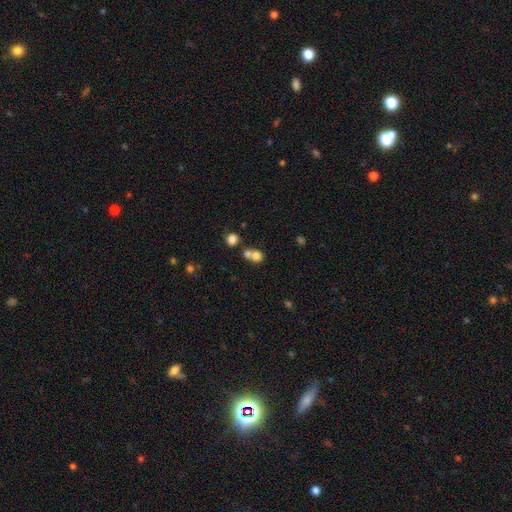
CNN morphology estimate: smooth-or-featured: smooth: 76% | star or artifact: 13% | featured or disk: 11%
  how-rounded: round: 78% | in between: 21% | cigar-shaped: 1%
  merging: merger: 52% | none: 38% | minor disturbance: 7% | major disturbance: 3%